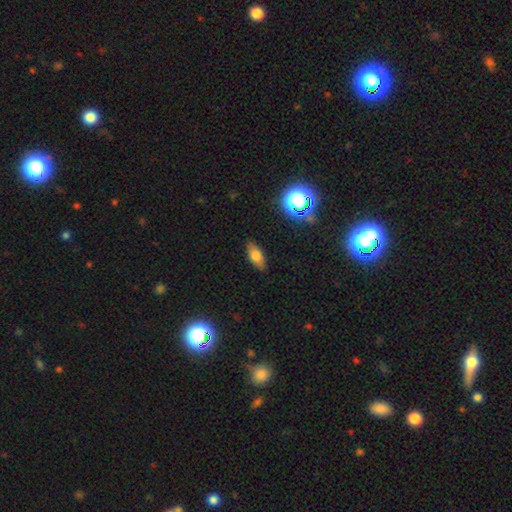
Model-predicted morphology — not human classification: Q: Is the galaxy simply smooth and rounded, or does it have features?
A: smooth — 70%.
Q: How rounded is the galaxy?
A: in between — 82%.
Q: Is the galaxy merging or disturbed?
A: none — 84%.